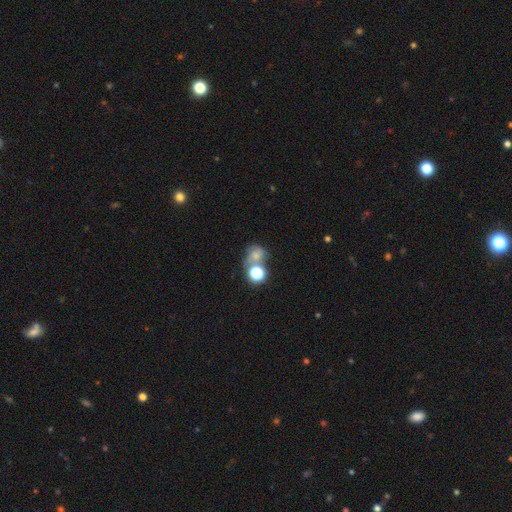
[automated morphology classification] This appears to be a smooth galaxy with no disk features (58%) that is round (68%). Merging: merger (39%).